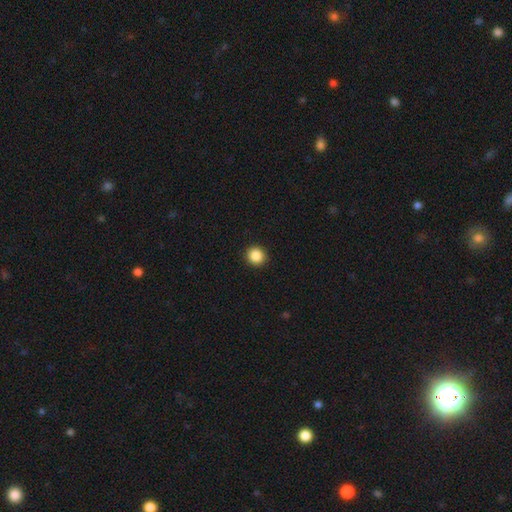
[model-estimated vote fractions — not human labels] smooth_or_featured: smooth (p=0.87) [alt: star or artifact p=0.10]
how_rounded: round (p=0.93) [alt: in between p=0.06]
merging: none (p=0.93) [alt: minor disturbance p=0.05]